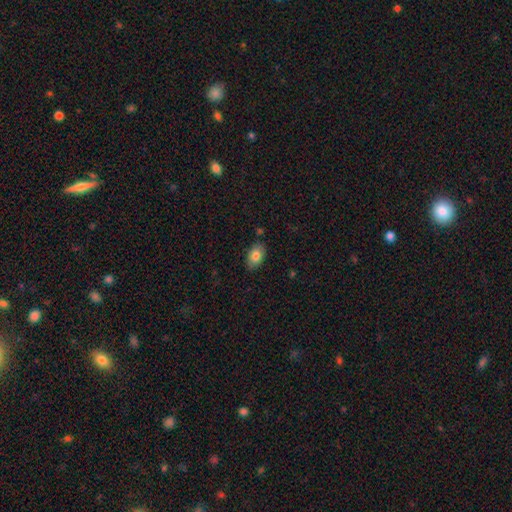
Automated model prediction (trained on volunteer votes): Smooth or featured: smooth — 82% (featured or disk — 11%)
How rounded: in between — 91% (round — 8%)
Merging: none — 83% (minor disturbance — 12%)